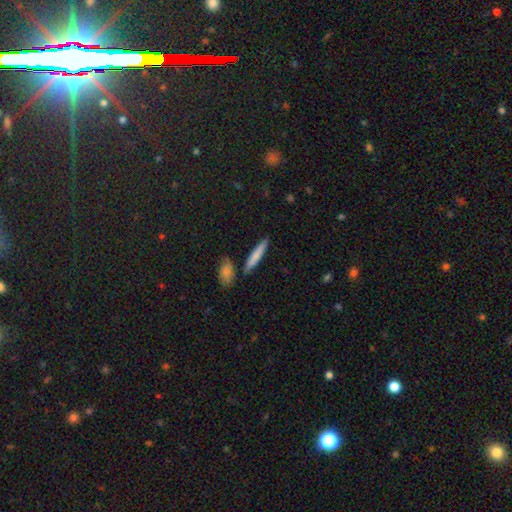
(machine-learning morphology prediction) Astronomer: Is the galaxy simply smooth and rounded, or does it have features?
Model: smooth — 75%.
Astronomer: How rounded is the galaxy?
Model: cigar-shaped — 88%.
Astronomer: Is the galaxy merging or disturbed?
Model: none — 82%.